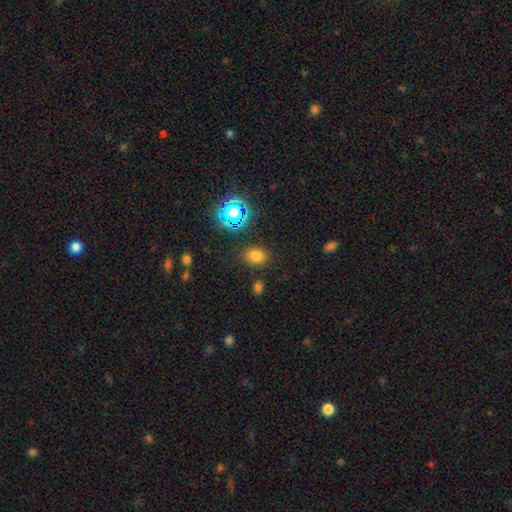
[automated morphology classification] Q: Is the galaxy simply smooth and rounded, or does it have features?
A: smooth — 72%.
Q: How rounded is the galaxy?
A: in between — 59%.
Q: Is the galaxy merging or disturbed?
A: none — 83%.